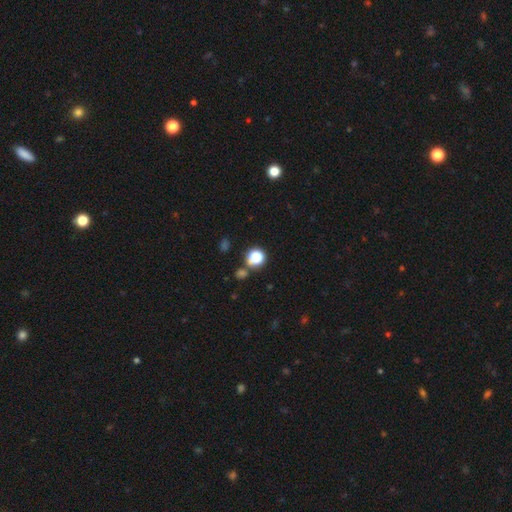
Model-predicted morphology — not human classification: This appears to be a smooth galaxy with no disk features (53%) that is round (86%). Merging: none (79%).